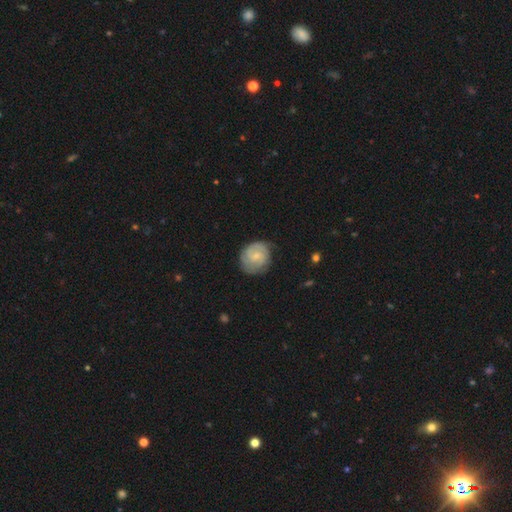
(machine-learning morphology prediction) smooth-or-featured: featured or disk: 73% | smooth: 22% | star or artifact: 6%
  disk-edge-on: no: 98% | yes: 2%
    bar: no: 53% | weak: 41% | strong: 6%
    has-spiral-arms: yes: 95% | no: 5%
      spiral-winding: tight: 63% | medium: 30% | loose: 7%
      spiral-arm-count: 2: 55% | can't tell: 19% | 3: 16% | 1: 4% | 4: 3% | more than 4: 3%
    bulge-size: small: 63% | moderate: 24% | none: 10% | large: 1% | dominant: 1%
  merging: none: 76% | minor disturbance: 18% | major disturbance: 5% | merger: 1%